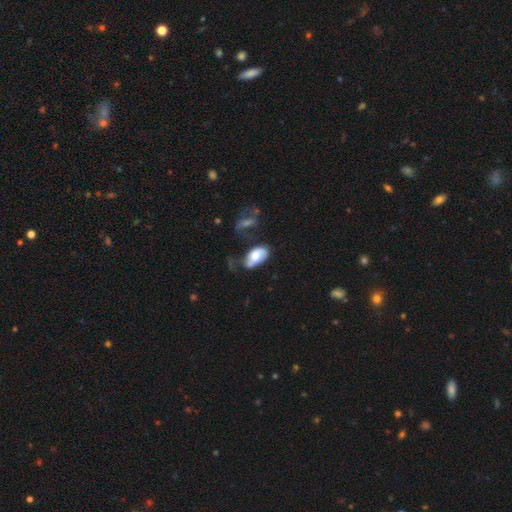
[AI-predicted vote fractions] Smooth or featured? smooth (60%)
How rounded? in between (92%)
Merging? minor disturbance (30%, tied with none)